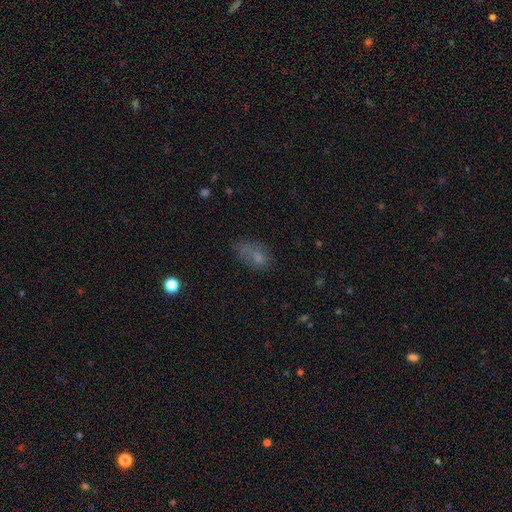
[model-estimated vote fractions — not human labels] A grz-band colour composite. It shows a smooth galaxy with no disk features (67%) that is in between round and cigar-shaped (85%). Merging: none (45%).